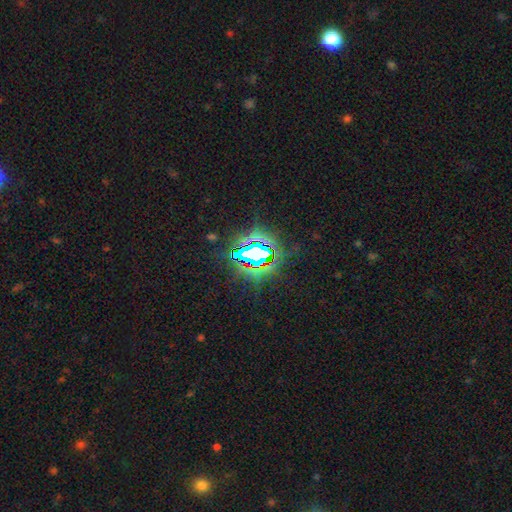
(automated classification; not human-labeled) smooth_or_featured: star or artifact (p=0.78) [alt: smooth p=0.12]